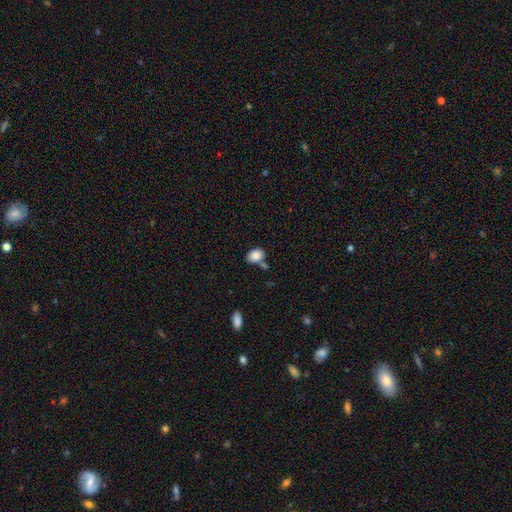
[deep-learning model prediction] Morphology: type=smooth (86%); roundness=in between (79%); merging=none (59%).